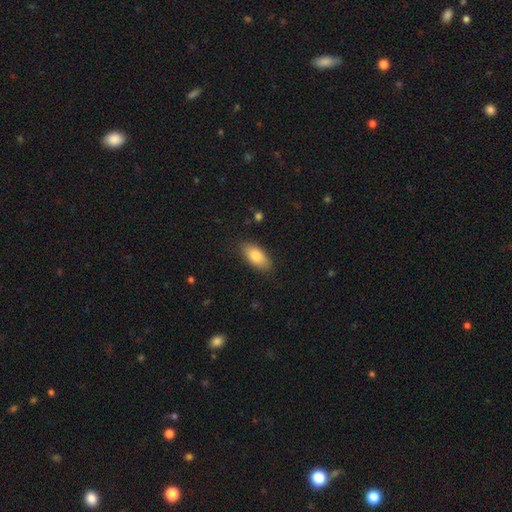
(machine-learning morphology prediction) smooth 85%, featured or disk 8%, star or artifact 6%. Down the decision tree: how rounded — in between (89%); merging — none (85%).